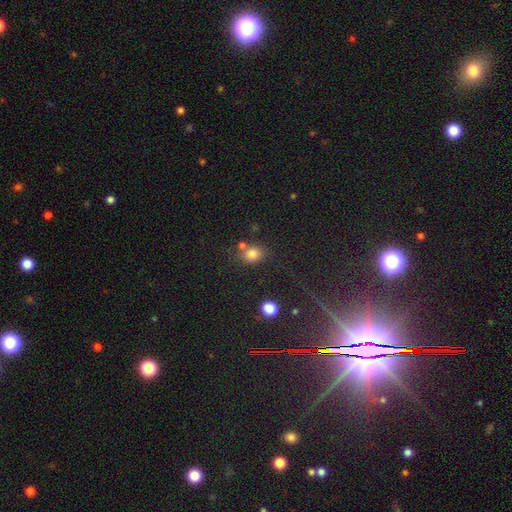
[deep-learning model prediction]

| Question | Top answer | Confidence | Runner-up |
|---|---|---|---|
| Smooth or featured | star or artifact | 48% | smooth (42%) |